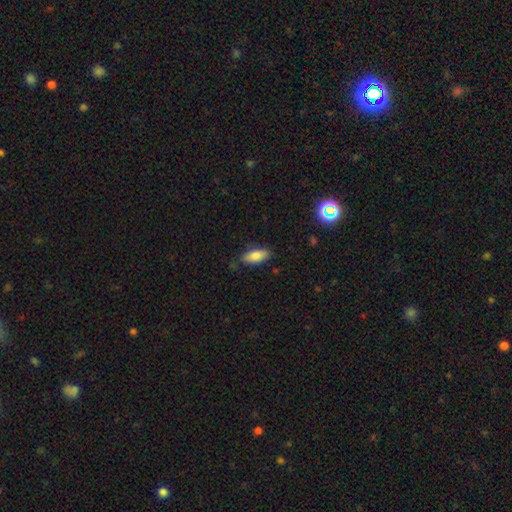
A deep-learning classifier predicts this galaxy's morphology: The model was most divided on "how rounded": in between: 81%, cigar-shaped: 17%, round: 2%. More confident: smooth or featured — smooth (84%); merging — none (81%).